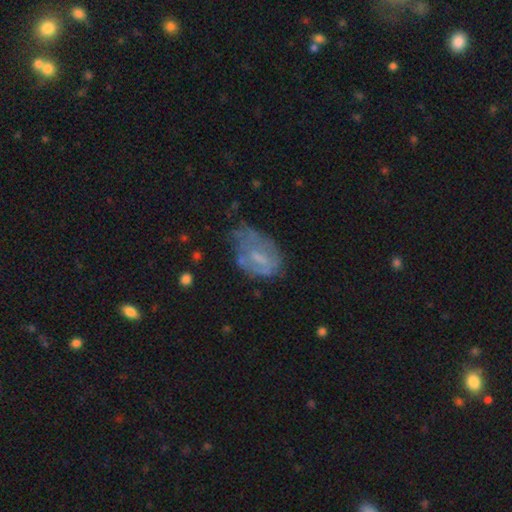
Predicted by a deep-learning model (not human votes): This appears to be a featured or disk galaxy (50%). Merging: none (40%).